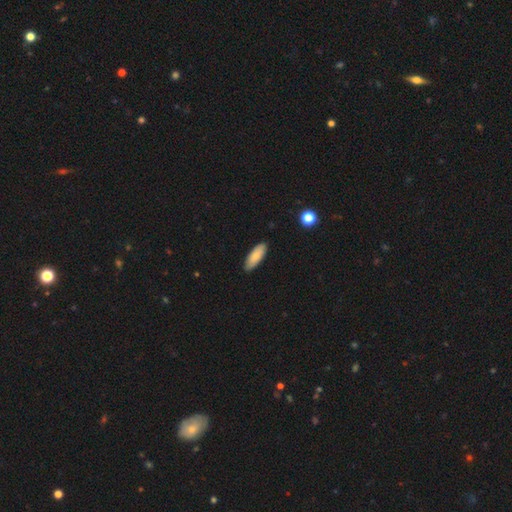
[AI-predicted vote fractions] Smooth or featured?
  - smooth: 83% *
  - featured or disk: 11%
  - star or artifact: 6%
How rounded?
  - in between: 66% *
  - cigar-shaped: 32%
  - round: 2%
Merging?
  - none: 88% *
  - minor disturbance: 9%
  - major disturbance: 2%
  - merger: 1%